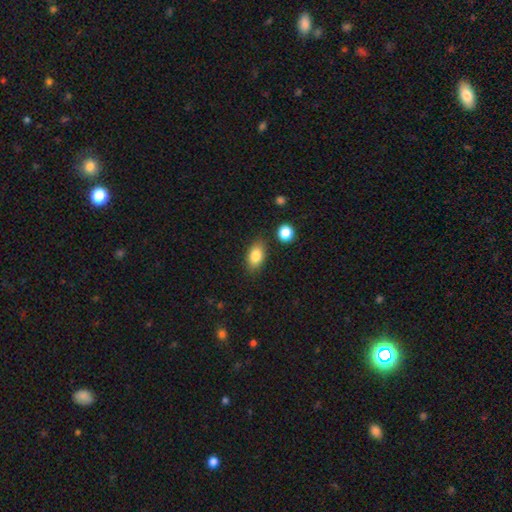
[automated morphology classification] Smooth or featured? Predicted: smooth (p=0.84). How rounded? Predicted: in between (p=0.88). Merging? Predicted: none (p=0.82).